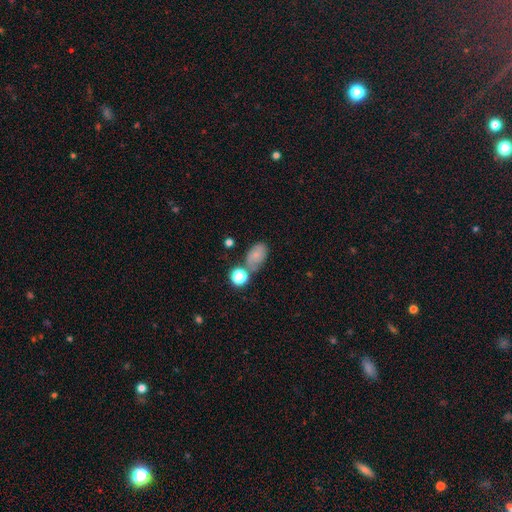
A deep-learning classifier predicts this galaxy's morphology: This appears to be a smooth galaxy with no disk features (70%) that is in between round and cigar-shaped (83%). Merging: none (53%).